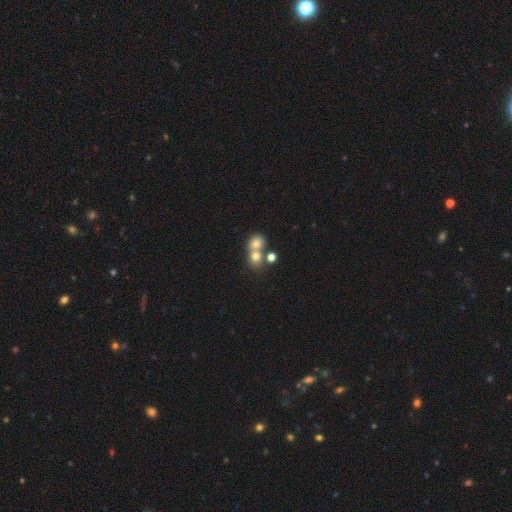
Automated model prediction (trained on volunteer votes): Smooth or featured: smooth — 66% (featured or disk — 17%)
How rounded: round — 75% (in between — 24%)
Merging: merger — 56% (none — 35%)